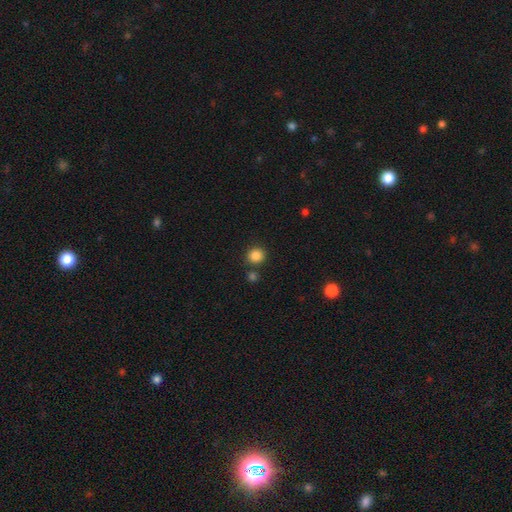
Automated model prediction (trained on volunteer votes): A smooth galaxy with no disk features (85%) that is round (89%).

Vote fractions:
- Smooth or featured? smooth: 85% / star or artifact: 11% / featured or disk: 4%
- How rounded? round: 89% / in between: 10% / cigar-shaped: 1%
- Merging? none: 81% / merger: 9% / minor disturbance: 8% / major disturbance: 3%